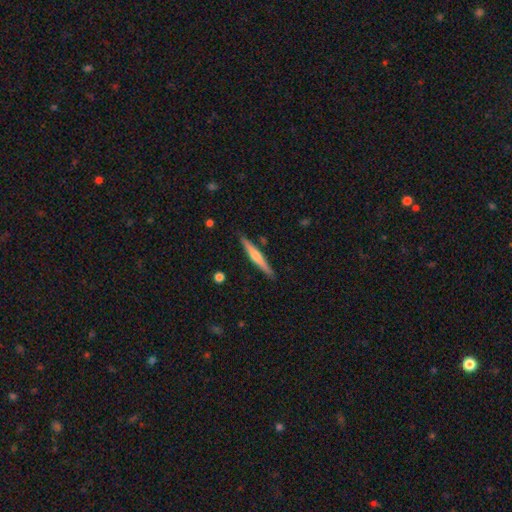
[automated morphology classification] Smooth or featured? featured or disk (53%)
Edge-on disk? yes (97%)
Edge-on bulge? rounded (68%)
Merging? none (89%)